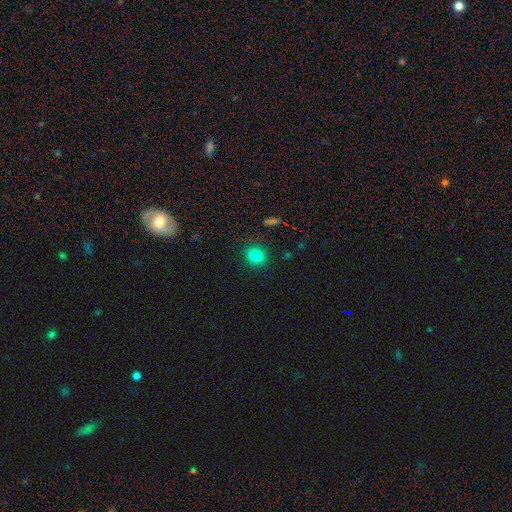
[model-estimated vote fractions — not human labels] smooth 81%, star or artifact 13%, featured or disk 6%. Down the decision tree: how rounded — round (78%); merging — none (87%).